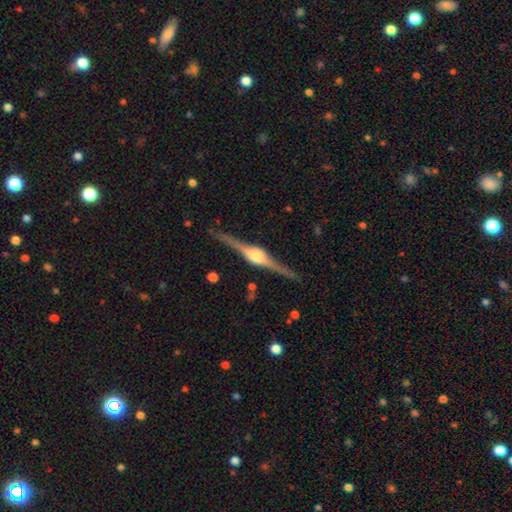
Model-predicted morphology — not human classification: smooth_or_featured: featured or disk (p=0.90) [alt: smooth p=0.06]
disk_edge_on: yes (p=0.98) [alt: no p=0.02]
edge_on_bulge: rounded (p=0.90) [alt: boxy p=0.09]
merging: none (p=0.88) [alt: minor disturbance p=0.09]